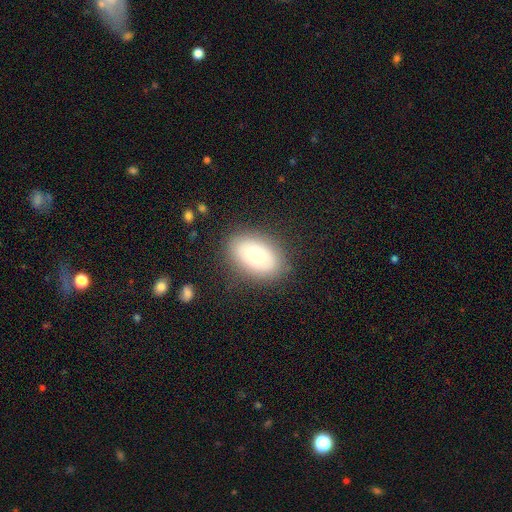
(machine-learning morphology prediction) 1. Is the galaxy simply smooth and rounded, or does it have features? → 69% smooth, 22% featured or disk, 9% star or artifact.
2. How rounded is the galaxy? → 84% in between, 15% round, 1% cigar-shaped.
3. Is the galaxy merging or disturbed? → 83% none, 12% minor disturbance, 4% major disturbance, 1% merger.